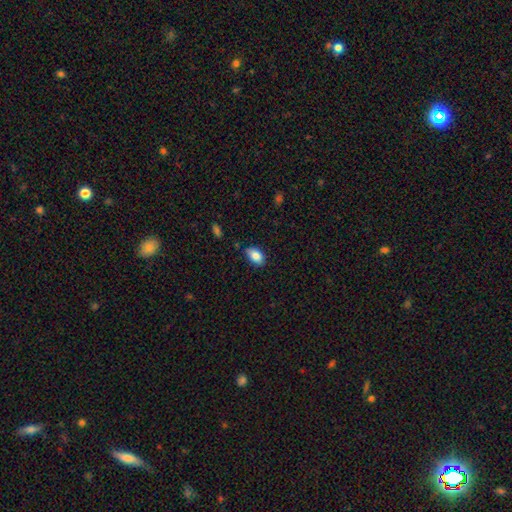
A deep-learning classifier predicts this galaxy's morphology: smooth-or-featured: smooth: 84% | featured or disk: 8% | star or artifact: 8%
  how-rounded: in between: 90% | round: 8% | cigar-shaped: 2%
  merging: none: 79% | minor disturbance: 16% | major disturbance: 3% | merger: 2%